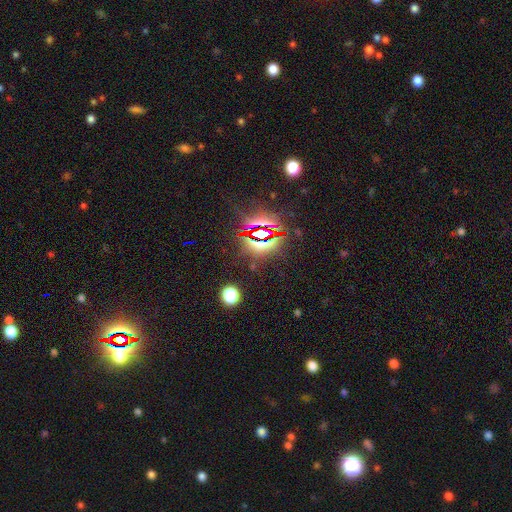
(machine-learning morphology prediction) Overall: star or artifact (84%).